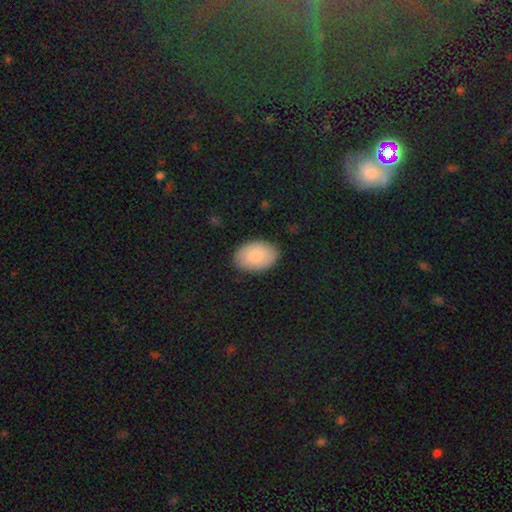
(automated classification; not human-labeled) smooth_or_featured: smooth (p=0.82) [alt: featured or disk p=0.12]
how_rounded: in between (p=0.87) [alt: round p=0.12]
merging: none (p=0.86) [alt: minor disturbance p=0.11]